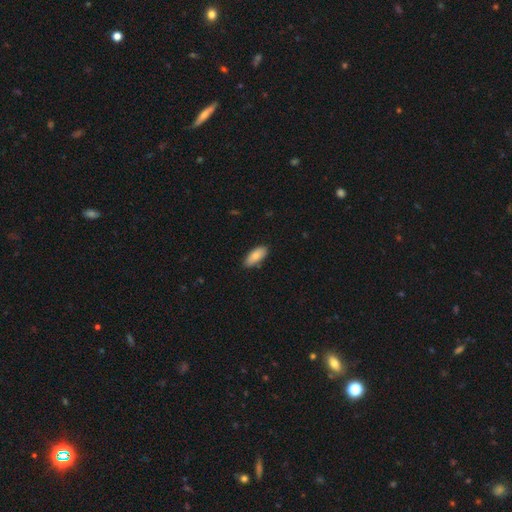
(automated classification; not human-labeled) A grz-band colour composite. It shows a smooth galaxy with no disk features (84%) that is in between round and cigar-shaped (81%). Merging: none (84%).